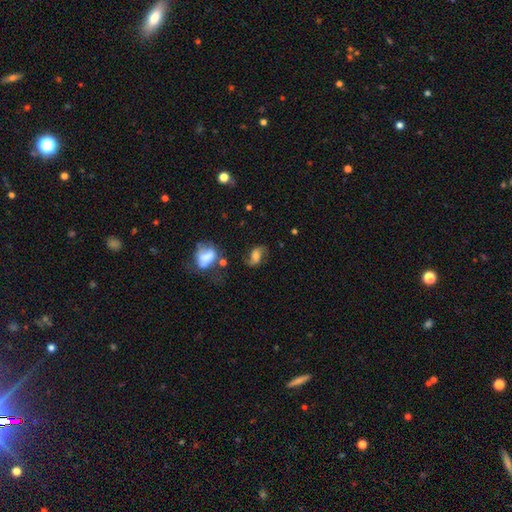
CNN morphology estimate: This is possibly a featured or disk galaxy (53%). It is clearly not viewed edge-on (95%). Bar: possibly no (49%). Spiral arm pattern: clearly yes (87%). Central bulge: marginally moderate (44%). Merging: likely none (63%).